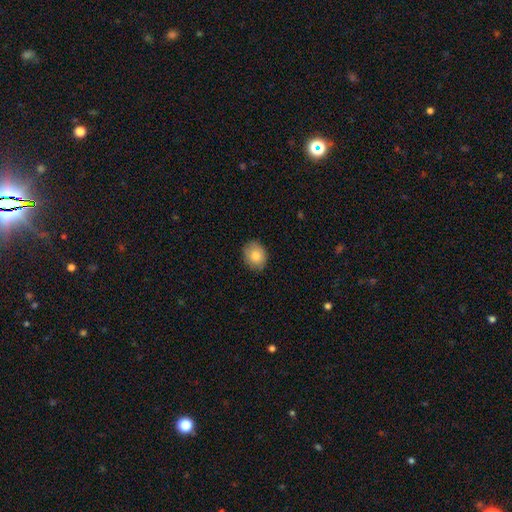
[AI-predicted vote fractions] A smooth galaxy with no disk features (84%) that is round (50%).

Vote fractions:
- Smooth or featured? smooth: 84% / featured or disk: 9% / star or artifact: 7%
- How rounded? round: 50% / in between: 49% / cigar-shaped: 1%
- Merging? none: 84% / minor disturbance: 13% / major disturbance: 2% / merger: 1%